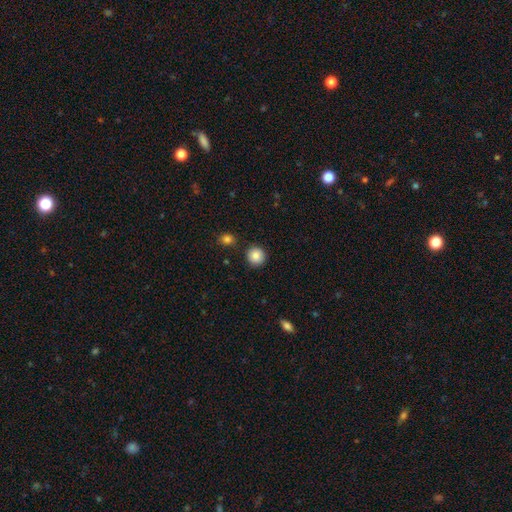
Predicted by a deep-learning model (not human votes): Smooth or featured? Predicted: smooth (p=0.87). How rounded? Predicted: round (p=0.93). Merging? Predicted: none (p=0.89).